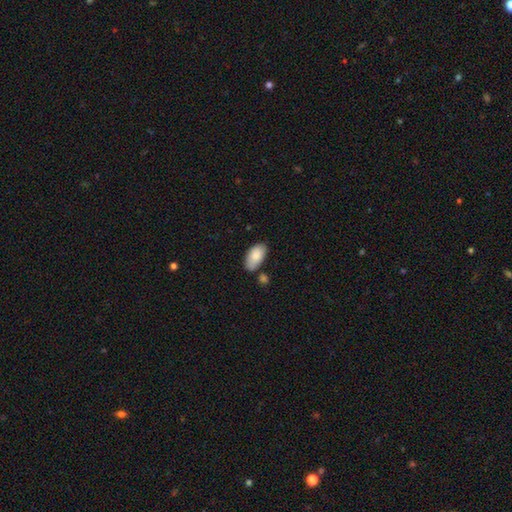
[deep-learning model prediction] Overall: smooth (85%). How rounded: in between (95%). Merging: none (69%).